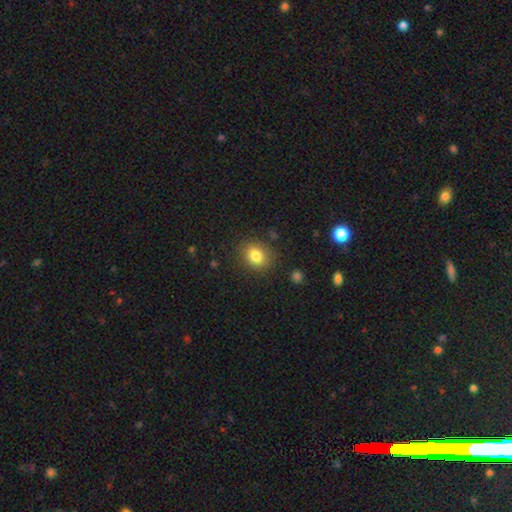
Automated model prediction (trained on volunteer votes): Morphology: type=smooth (81%); roundness=round (60%); merging=none (84%).